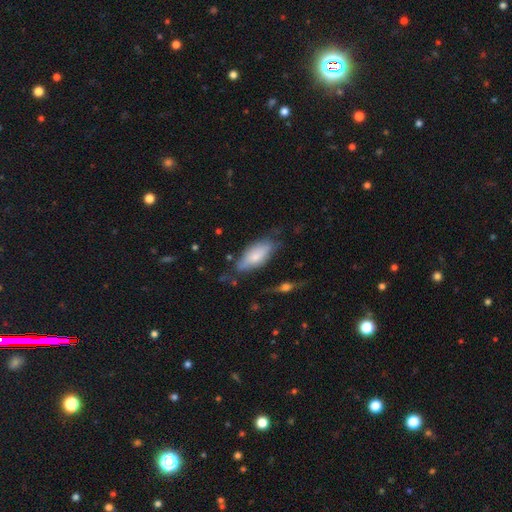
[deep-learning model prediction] smooth 67%, featured or disk 26%, star or artifact 6%. Down the decision tree: how rounded — in between (80%); merging — none (56%).